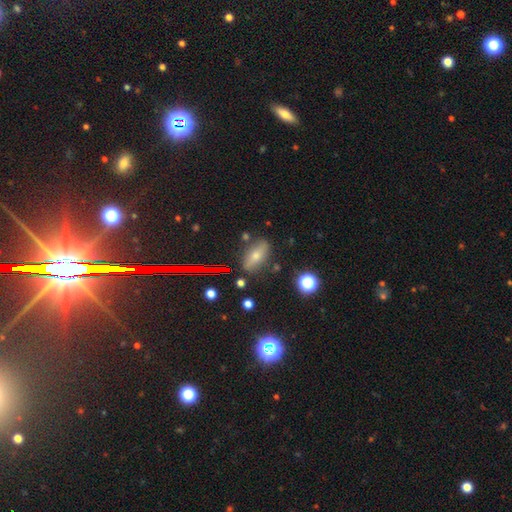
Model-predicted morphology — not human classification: smooth_or_featured: smooth (p=0.61) [alt: featured or disk p=0.24]
how_rounded: in between (p=0.76) [alt: cigar-shaped p=0.16]
merging: none (p=0.79) [alt: minor disturbance p=0.14]